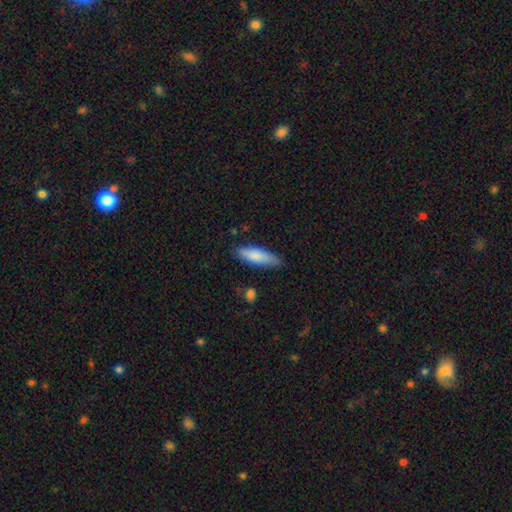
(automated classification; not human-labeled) The model was most divided on "how rounded": in between: 50%, cigar-shaped: 49%, round: 2%. More confident: smooth or featured — smooth (83%); merging — none (77%).